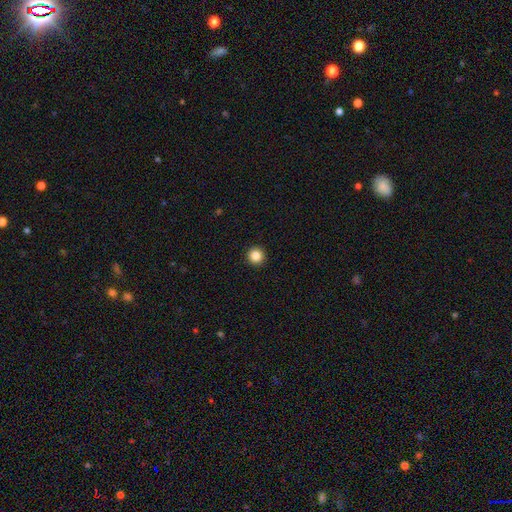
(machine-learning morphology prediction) Smooth or featured? Predicted: smooth (p=0.86). How rounded? Predicted: round (p=0.96). Merging? Predicted: none (p=0.94).